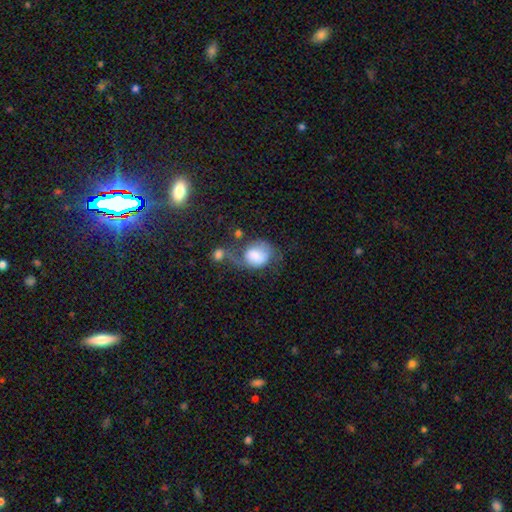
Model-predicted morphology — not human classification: A smooth galaxy with no disk features (71%) that is round (57%). Merging: major disturbance (34%).